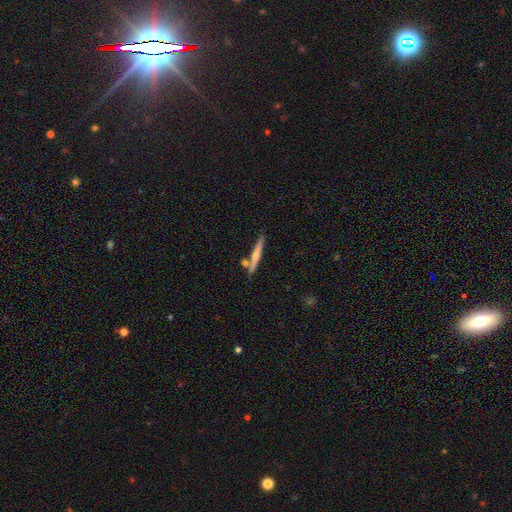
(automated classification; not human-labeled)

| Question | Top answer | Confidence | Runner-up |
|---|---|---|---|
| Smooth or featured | featured or disk | 50% | smooth (44%) |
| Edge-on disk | yes | 96% | no (4%) |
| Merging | none | 76% | merger (12%) |